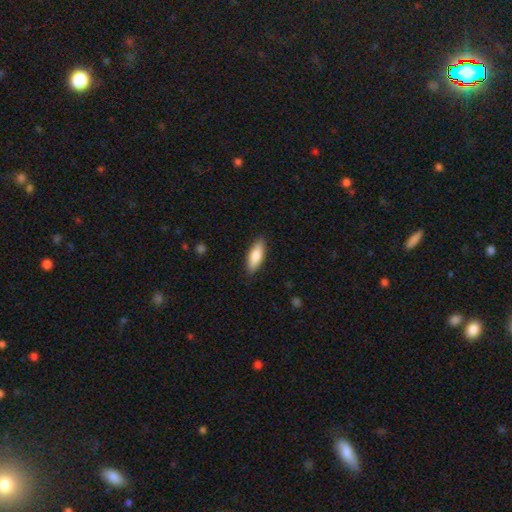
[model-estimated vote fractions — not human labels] This is clearly a smooth galaxy (81%). How rounded: likely in between (63%). Merging: clearly none (87%).